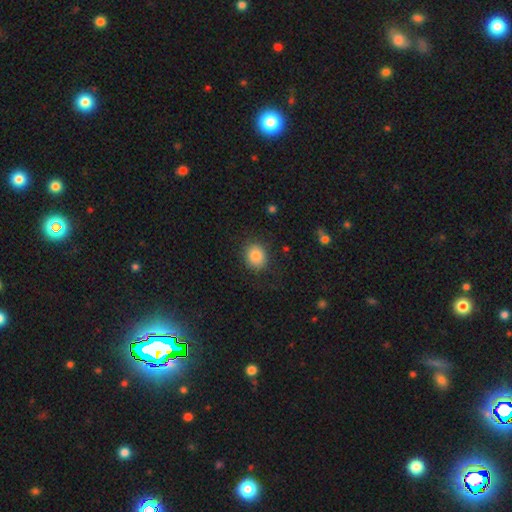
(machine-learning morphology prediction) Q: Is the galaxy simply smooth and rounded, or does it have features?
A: smooth — 85%.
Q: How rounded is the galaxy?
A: round — 69%.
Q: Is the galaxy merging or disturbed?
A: none — 85%.